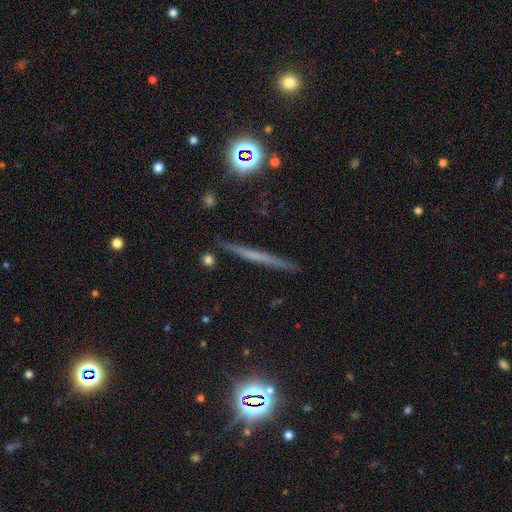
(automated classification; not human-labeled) Smooth or featured: featured or disk — 47% (smooth — 38%)
Merging: none — 89% (minor disturbance — 8%)